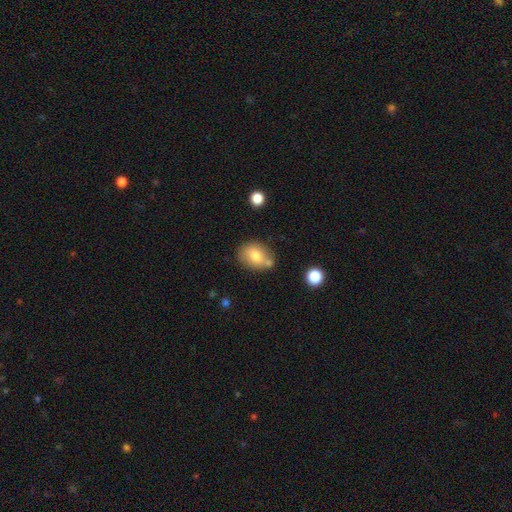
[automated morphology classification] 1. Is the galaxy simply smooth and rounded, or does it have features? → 75% smooth, 16% featured or disk, 9% star or artifact.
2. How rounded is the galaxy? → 59% in between, 40% round, 1% cigar-shaped.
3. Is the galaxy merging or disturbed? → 60% none, 18% minor disturbance, 17% merger, 4% major disturbance.